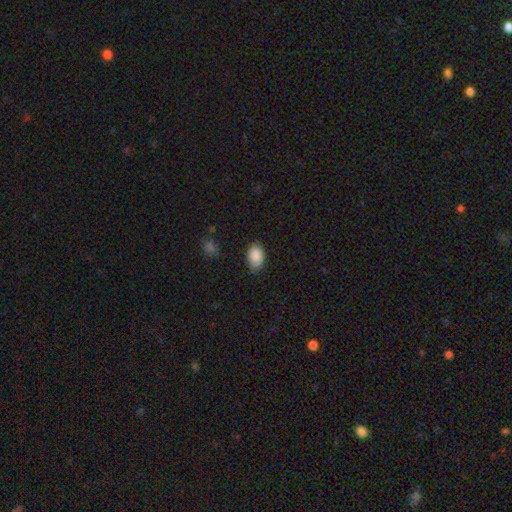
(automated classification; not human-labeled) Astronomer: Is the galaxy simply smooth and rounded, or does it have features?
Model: smooth — 89%.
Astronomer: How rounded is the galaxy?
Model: in between — 86%.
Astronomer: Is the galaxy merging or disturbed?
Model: none — 75%.